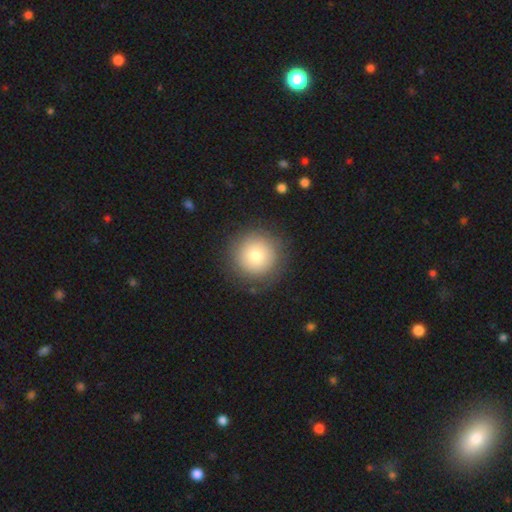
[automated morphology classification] smooth-or-featured: smooth: 77% | featured or disk: 14% | star or artifact: 9%
  how-rounded: round: 96% | in between: 3% | cigar-shaped: 1%
  merging: none: 86% | minor disturbance: 9% | major disturbance: 4% | merger: 1%